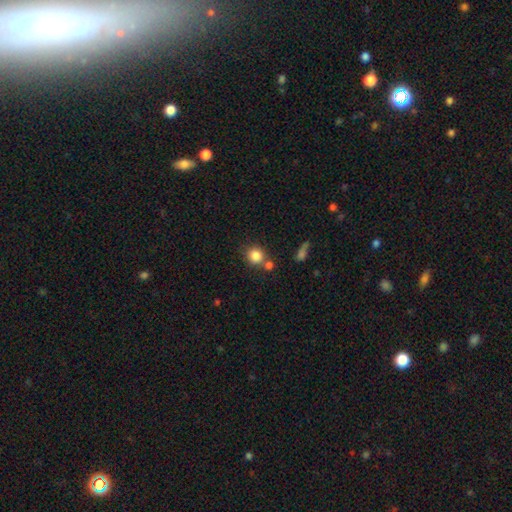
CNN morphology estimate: A smooth galaxy with no disk features (83%) that is round (87%). Merging: none (65%).